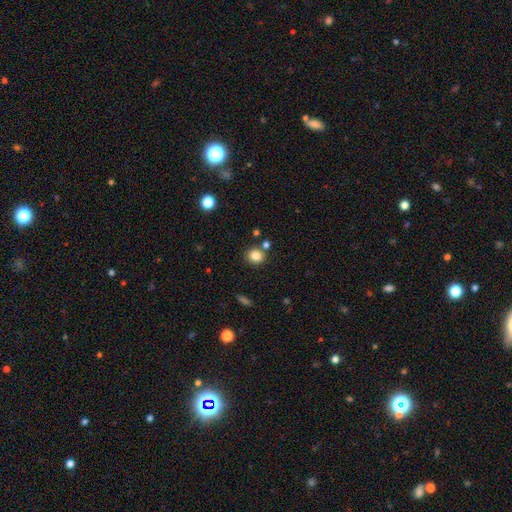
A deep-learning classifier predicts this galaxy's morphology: A smooth galaxy with no disk features (83%) that is round (82%). Merging: none (80%).